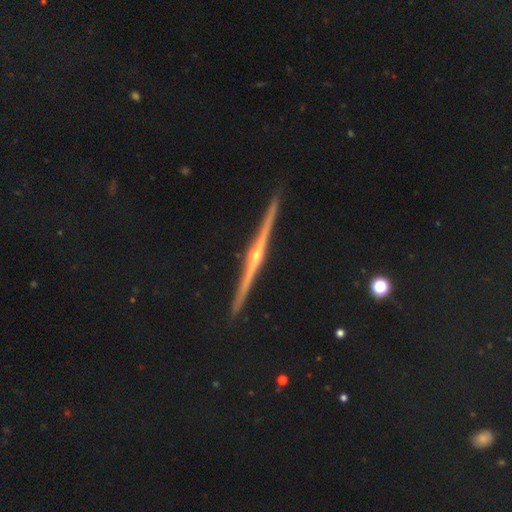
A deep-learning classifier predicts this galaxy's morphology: smooth-or-featured: featured or disk: 89% | smooth: 6% | star or artifact: 5%
  disk-edge-on: yes: 99% | no: 1%
    edge-on-bulge: rounded: 86% | none: 9% | boxy: 5%
  merging: none: 93% | minor disturbance: 5% | major disturbance: 1% | merger: 1%